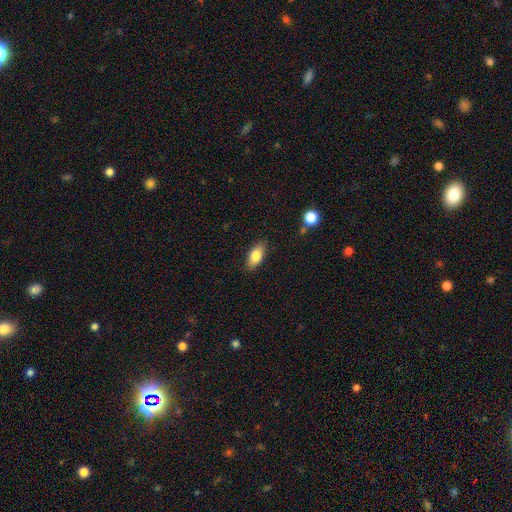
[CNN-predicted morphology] This is clearly a smooth galaxy (83%). How rounded: clearly in between (88%). Merging: clearly none (83%).